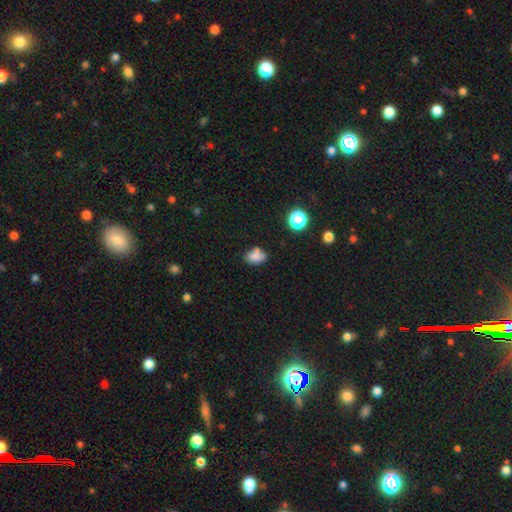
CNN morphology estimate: smooth 79%, star or artifact 12%, featured or disk 9%. Down the decision tree: how rounded — in between (76%); merging — none (60%).